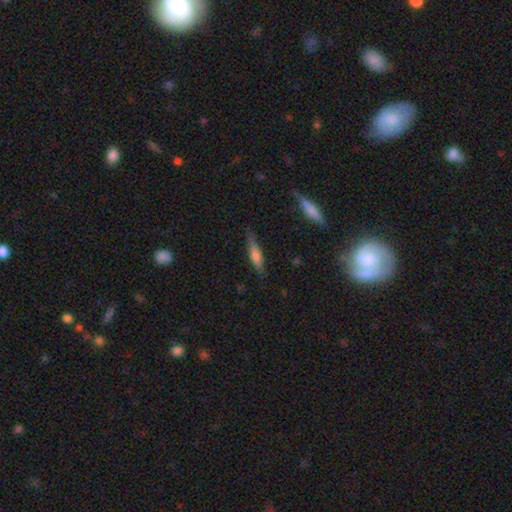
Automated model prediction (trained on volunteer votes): smooth 57%, featured or disk 36%, star or artifact 7%. Down the decision tree: how rounded — cigar-shaped (73%); merging — none (78%).